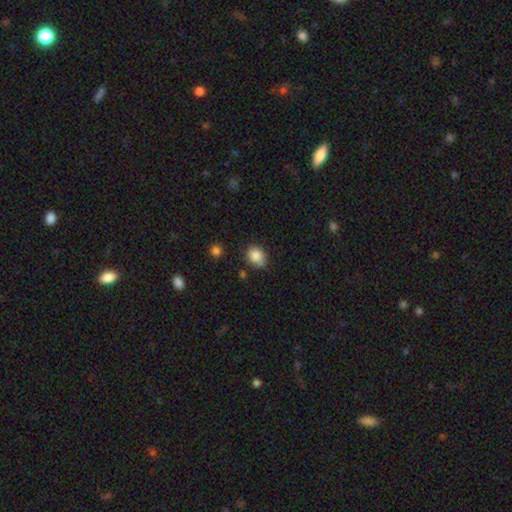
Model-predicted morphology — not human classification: smooth_or_featured: smooth (p=0.85) [alt: star or artifact p=0.09]
how_rounded: round (p=0.60) [alt: in between p=0.40]
merging: none (p=0.66) [alt: minor disturbance p=0.21]